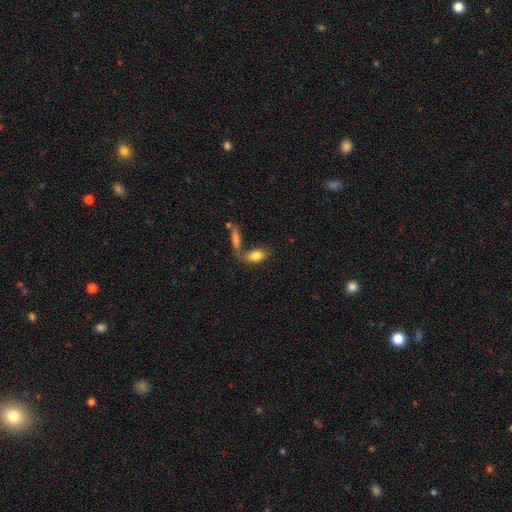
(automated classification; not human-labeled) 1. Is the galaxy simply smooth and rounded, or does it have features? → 80% smooth, 13% featured or disk, 8% star or artifact.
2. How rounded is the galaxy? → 86% in between, 8% cigar-shaped, 6% round.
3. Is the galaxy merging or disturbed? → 48% none, 33% merger, 13% minor disturbance, 6% major disturbance.